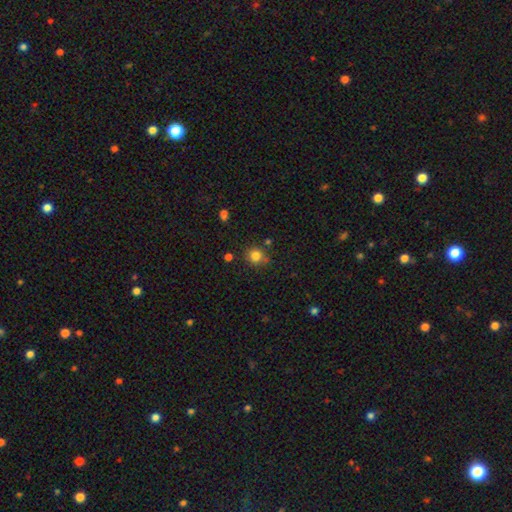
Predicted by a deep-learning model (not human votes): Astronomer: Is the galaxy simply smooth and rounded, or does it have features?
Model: smooth — 81%.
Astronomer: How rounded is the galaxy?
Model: round — 90%.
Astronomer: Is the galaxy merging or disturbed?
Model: none — 78%.